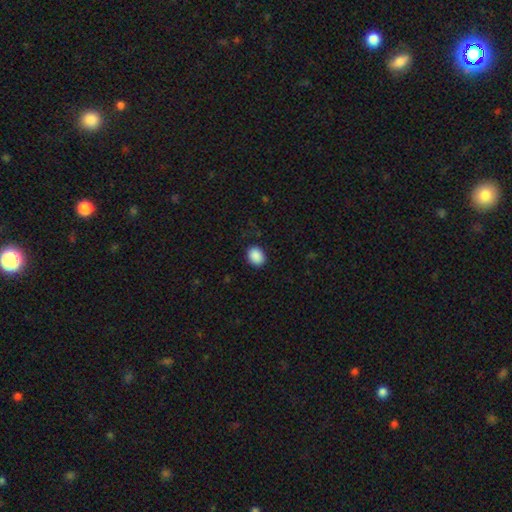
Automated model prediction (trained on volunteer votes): A smooth galaxy with no disk features (90%) that is in between round and cigar-shaped (55%).

Vote fractions:
- Smooth or featured? smooth: 90% / star or artifact: 8% / featured or disk: 2%
- How rounded? in between: 55% / round: 44% / cigar-shaped: 1%
- Merging? none: 88% / minor disturbance: 8% / major disturbance: 2% / merger: 1%